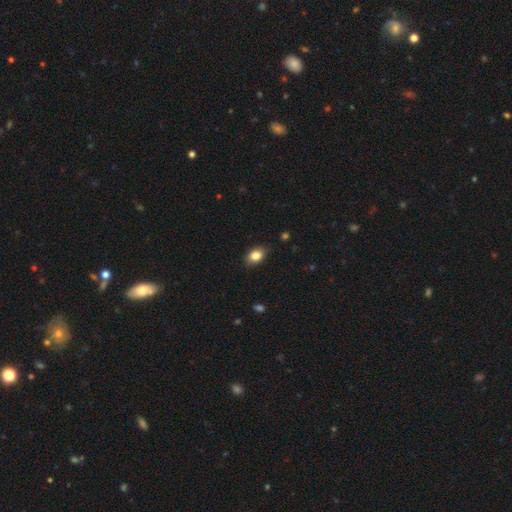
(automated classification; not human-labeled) smooth 84%, star or artifact 8%, featured or disk 7%. Down the decision tree: how rounded — in between (82%); merging — none (85%).